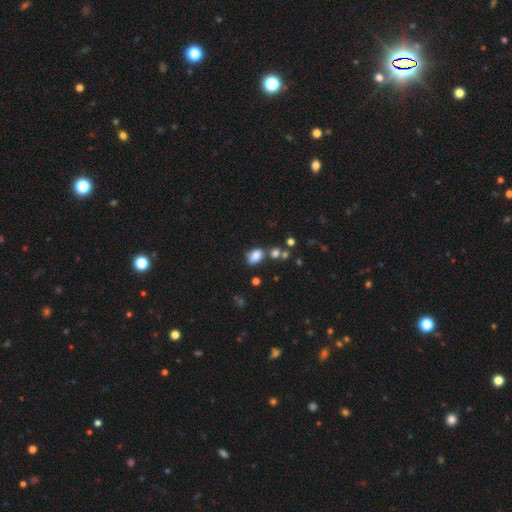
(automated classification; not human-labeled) A smooth galaxy with no disk features (84%) that is in between round and cigar-shaped (86%).

Vote fractions:
- Smooth or featured? smooth: 84% / star or artifact: 10% / featured or disk: 6%
- How rounded? in between: 86% / round: 12% / cigar-shaped: 2%
- Merging? none: 59% / minor disturbance: 20% / merger: 15% / major disturbance: 6%